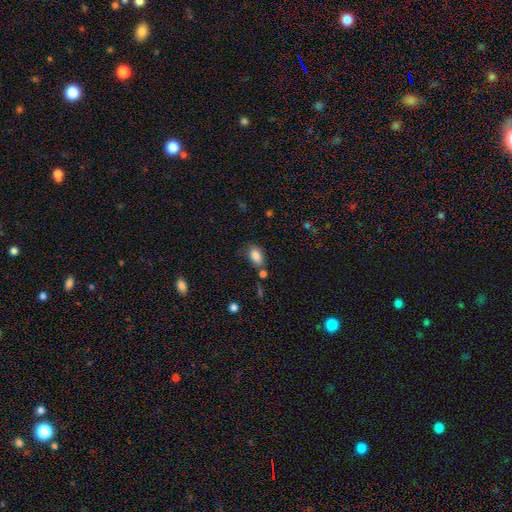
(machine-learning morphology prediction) Smooth or featured: smooth — 85% (star or artifact — 9%)
How rounded: in between — 90% (round — 8%)
Merging: none — 64% (minor disturbance — 20%)